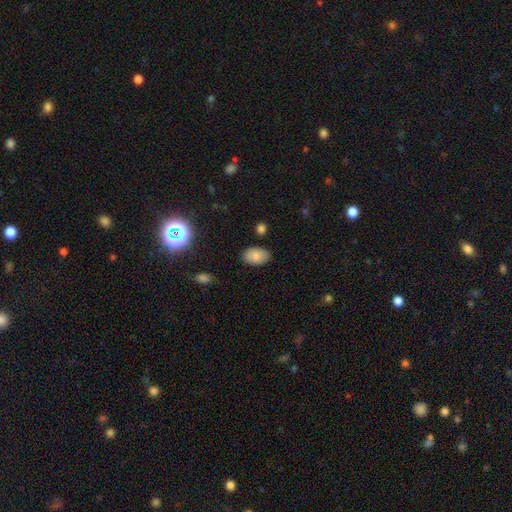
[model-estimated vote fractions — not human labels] smooth-or-featured: smooth: 82% | featured or disk: 9% | star or artifact: 9%
  how-rounded: in between: 91% | round: 8% | cigar-shaped: 1%
  merging: none: 84% | minor disturbance: 12% | major disturbance: 2% | merger: 2%